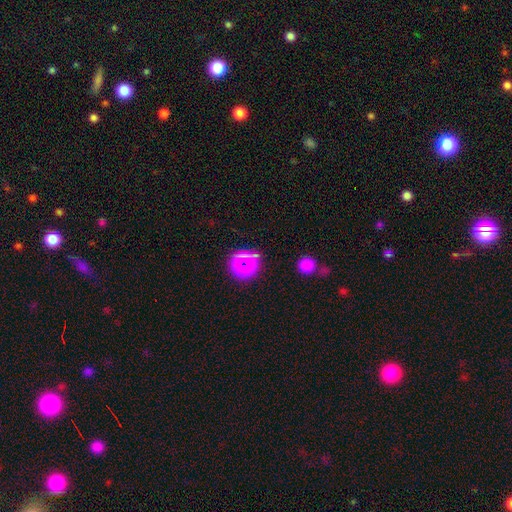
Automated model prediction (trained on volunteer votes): This is possibly a star or artifact rather than a galaxy (56%).